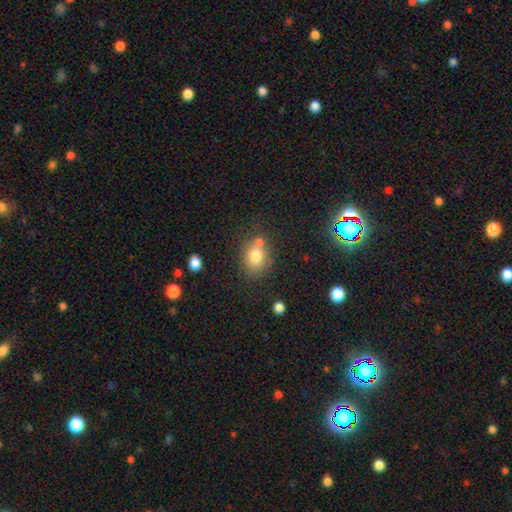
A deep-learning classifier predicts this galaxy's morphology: A smooth galaxy with no disk features (78%) that is in between round and cigar-shaped (54%).

Vote fractions:
- Smooth or featured? smooth: 78% / featured or disk: 12% / star or artifact: 10%
- How rounded? in between: 54% / round: 45% / cigar-shaped: 1%
- Merging? none: 58% / merger: 21% / minor disturbance: 16% / major disturbance: 5%